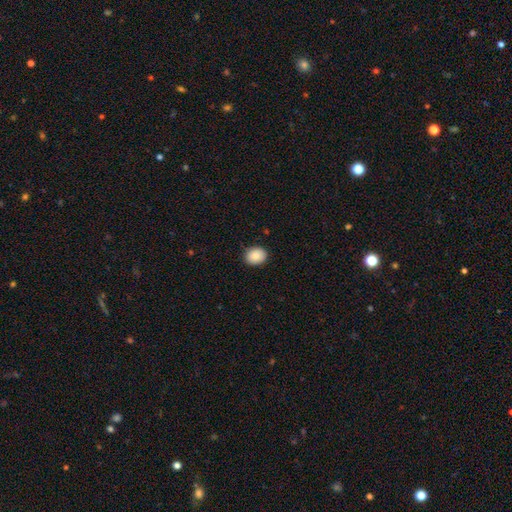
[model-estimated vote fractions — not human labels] smooth 87%, star or artifact 8%, featured or disk 5%. Down the decision tree: how rounded — round (52%); merging — none (88%).